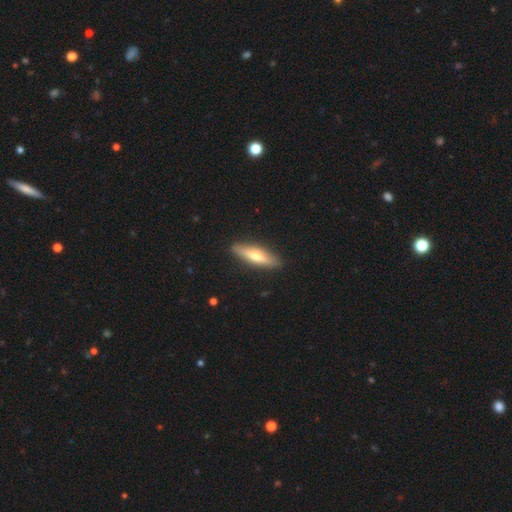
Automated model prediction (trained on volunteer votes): This appears to be a smooth galaxy with no disk features (49%). Merging: none (90%).